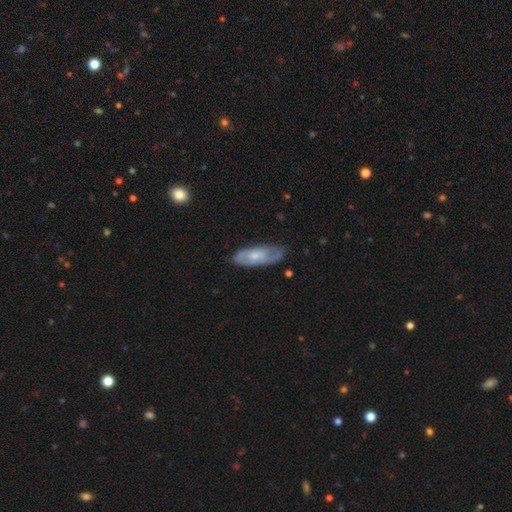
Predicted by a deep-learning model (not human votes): smooth-or-featured: smooth: 53% | featured or disk: 41% | star or artifact: 6%
  how-rounded: in between: 71% | cigar-shaped: 27% | round: 2%
  merging: none: 71% | minor disturbance: 22% | major disturbance: 5% | merger: 1%